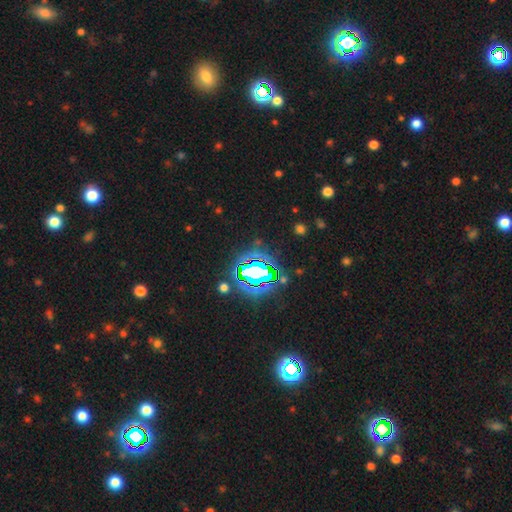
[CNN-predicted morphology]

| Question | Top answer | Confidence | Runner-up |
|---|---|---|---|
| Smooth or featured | star or artifact | 81% | smooth (12%) |